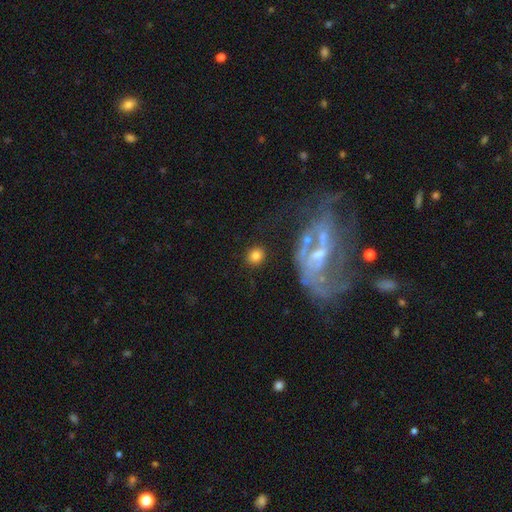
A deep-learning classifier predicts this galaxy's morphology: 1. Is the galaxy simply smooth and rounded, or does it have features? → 77% smooth, 13% featured or disk, 10% star or artifact.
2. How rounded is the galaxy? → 75% round, 24% in between, 2% cigar-shaped.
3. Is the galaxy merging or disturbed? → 82% none, 9% minor disturbance, 5% major disturbance, 4% merger.